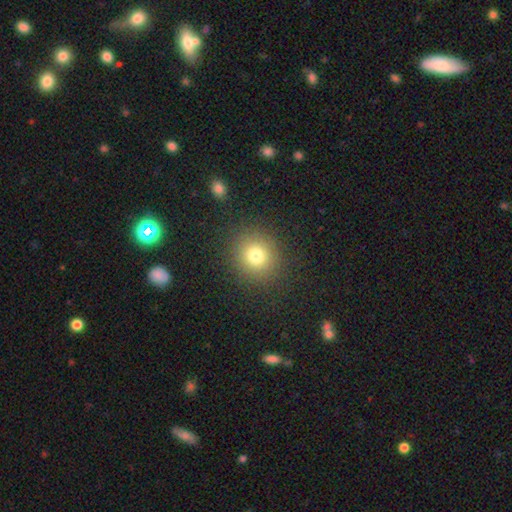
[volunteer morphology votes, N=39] This is clearly a smooth galaxy (92%). How rounded: clearly round (92%). Merging: clearly none (84%).